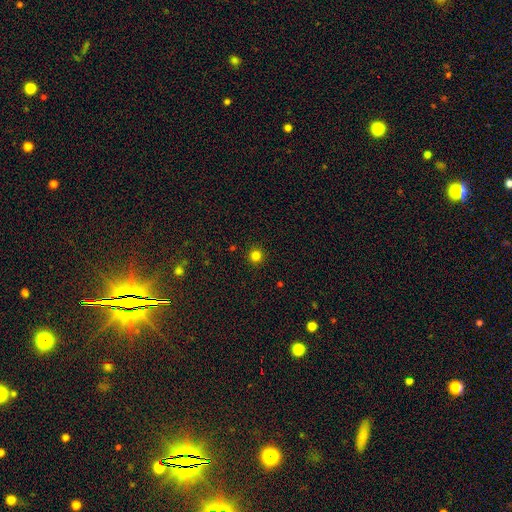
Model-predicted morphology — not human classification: Overall: smooth (82%). How rounded: round (95%). Merging: none (93%).